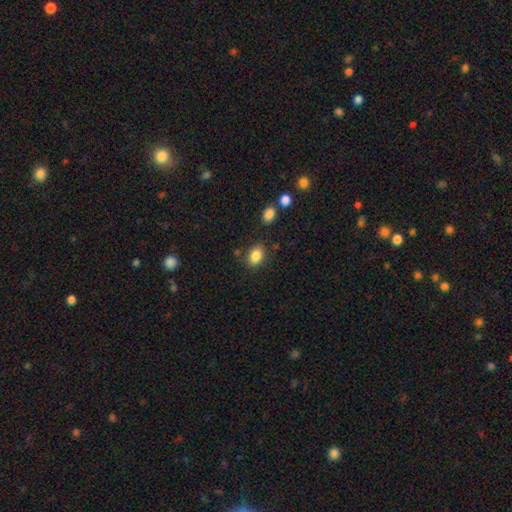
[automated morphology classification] This appears to be a smooth galaxy with no disk features (85%) that is in between round and cigar-shaped (71%). Merging: none (79%).